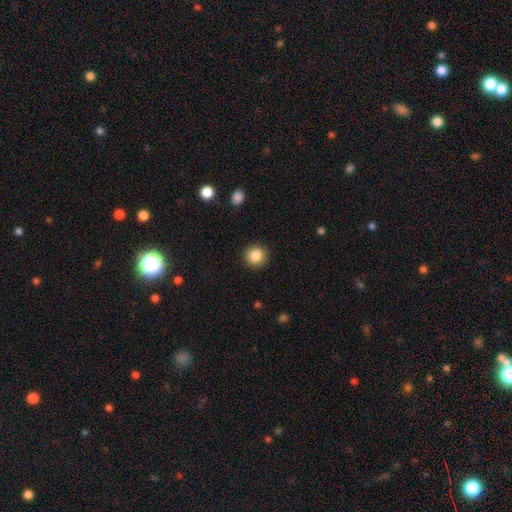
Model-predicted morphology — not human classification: Overall: smooth (86%). How rounded: round (93%). Merging: none (91%).